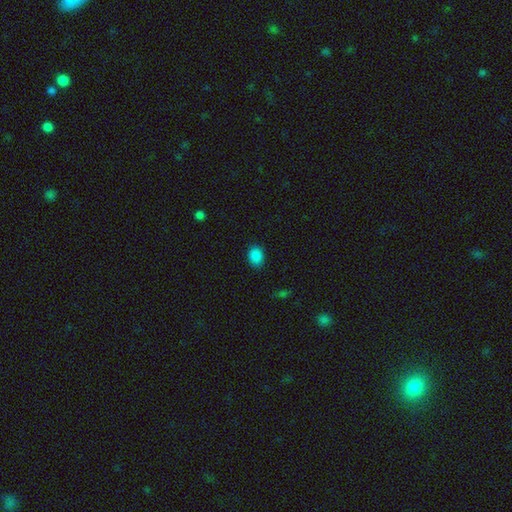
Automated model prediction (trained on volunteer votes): Smooth or featured? Predicted: smooth (p=0.86). How rounded? Predicted: in between (p=0.66). Merging? Predicted: none (p=0.87).